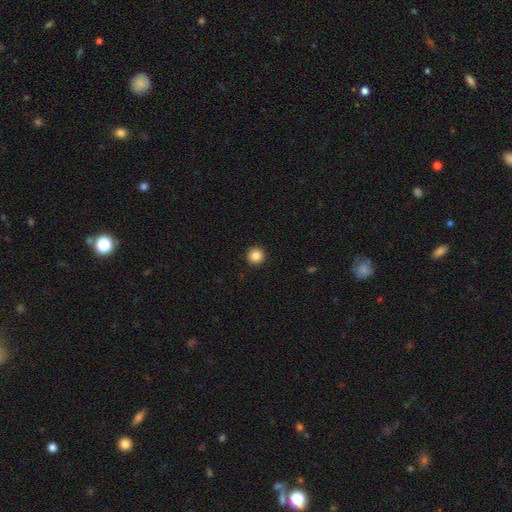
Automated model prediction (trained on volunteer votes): Smooth or featured? Predicted: smooth (p=0.86). How rounded? Predicted: round (p=0.96). Merging? Predicted: none (p=0.94).